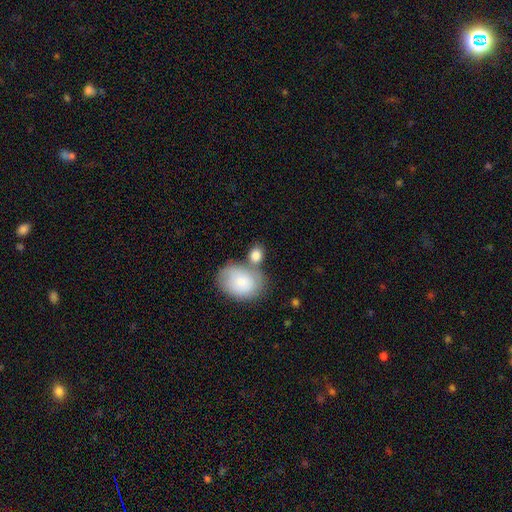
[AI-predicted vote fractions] This is clearly a smooth galaxy (82%). How rounded: possibly in between (53%). Merging: possibly none (48%).